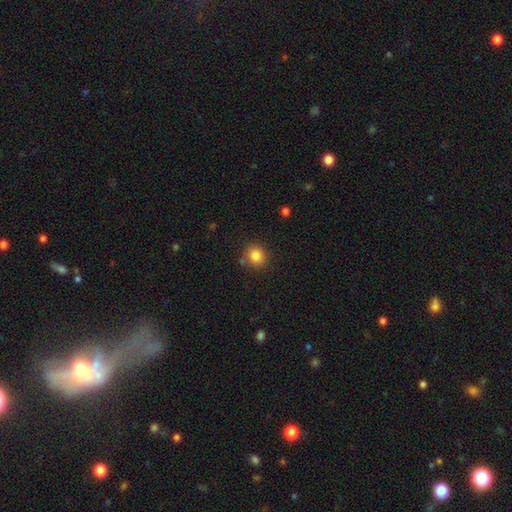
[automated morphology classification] This is clearly a smooth galaxy (84%). How rounded: clearly round (86%). Merging: clearly none (83%).